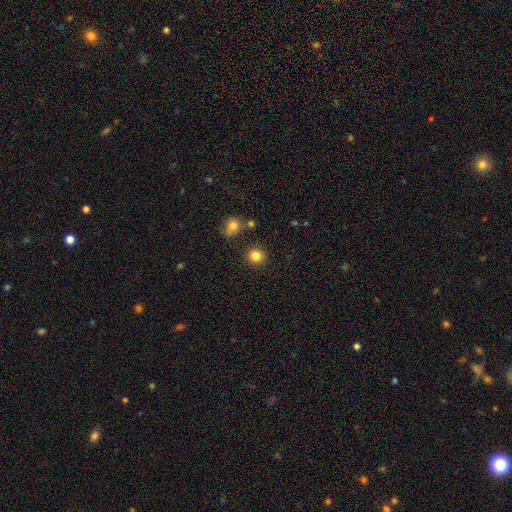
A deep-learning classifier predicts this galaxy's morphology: Overall: smooth (83%). How rounded: round (92%). Merging: none (88%).